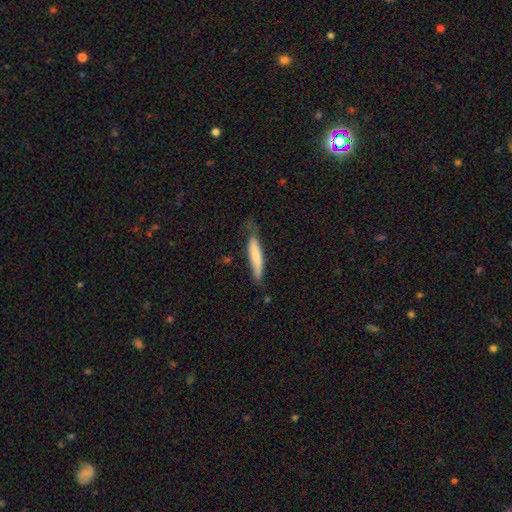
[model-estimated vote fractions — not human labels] The model was most divided on "merging": none: 63%, minor disturbance: 28%, major disturbance: 7%, merger: 2%. More confident: how rounded — cigar-shaped (88%); smooth or featured — smooth (74%).